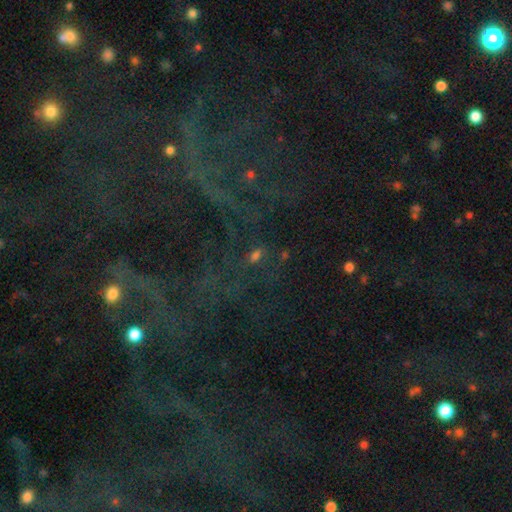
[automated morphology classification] Q: Smooth or featured?
A: star or artifact (52%); runner-up: smooth (29%)